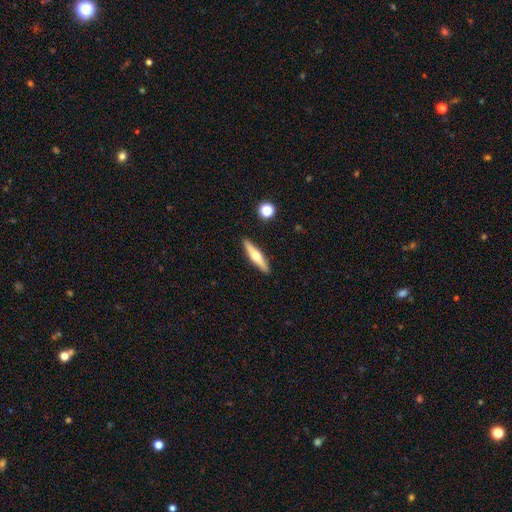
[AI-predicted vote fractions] The model was most divided on "smooth or featured": featured or disk: 51%, smooth: 43%, star or artifact: 6%. More confident: edge-on disk — yes (93%); merging — none (90%).